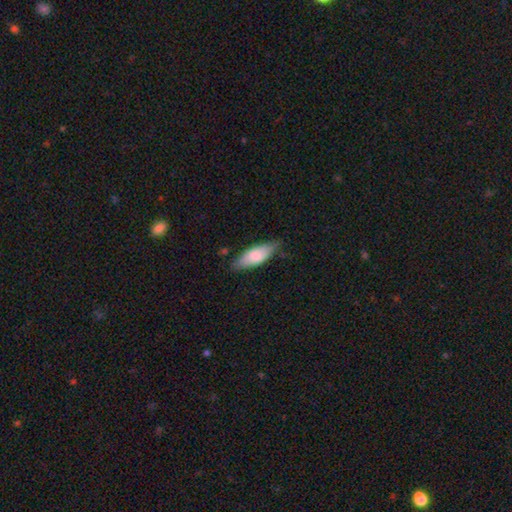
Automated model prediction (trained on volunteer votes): The model was most divided on "how rounded": in between: 70%, cigar-shaped: 28%, round: 2%. More confident: smooth or featured — smooth (73%); merging — none (73%).